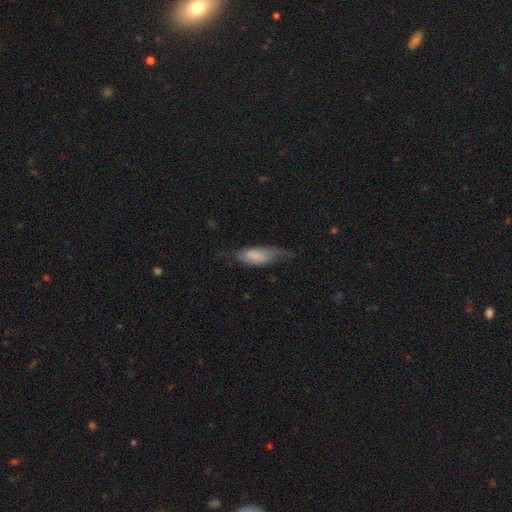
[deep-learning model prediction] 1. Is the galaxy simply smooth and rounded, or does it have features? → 68% smooth, 25% featured or disk, 7% star or artifact.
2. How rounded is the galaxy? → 69% in between, 28% cigar-shaped, 2% round.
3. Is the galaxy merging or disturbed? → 43% none, 34% minor disturbance, 20% major disturbance, 2% merger.